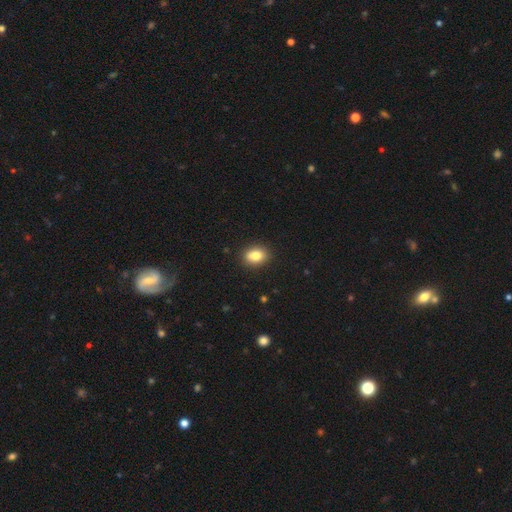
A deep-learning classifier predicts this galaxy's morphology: This appears to be a smooth galaxy with no disk features (83%) that is in between round and cigar-shaped (69%). Merging: none (89%).